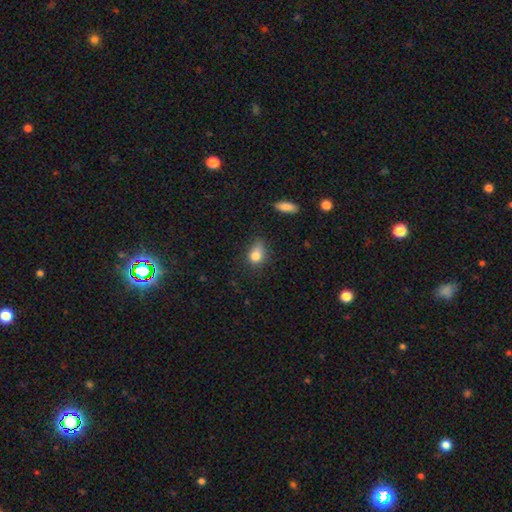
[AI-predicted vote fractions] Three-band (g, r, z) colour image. It shows a smooth galaxy with no disk features (81%) that is in between round and cigar-shaped (64%). Merging: none (48%).